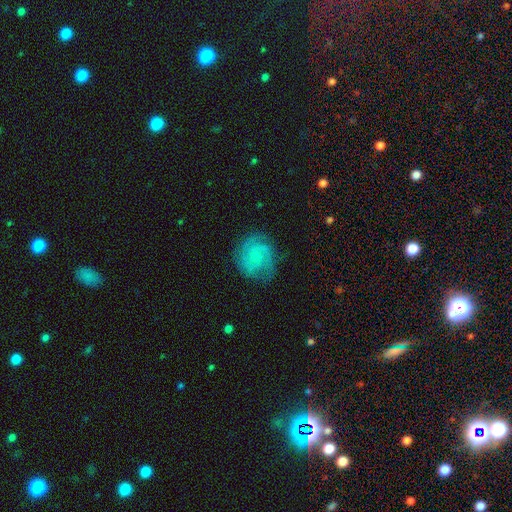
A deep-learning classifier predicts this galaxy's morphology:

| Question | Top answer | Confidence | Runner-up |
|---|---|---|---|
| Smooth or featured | featured or disk | 68% | smooth (24%) |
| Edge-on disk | no | 98% | yes (2%) |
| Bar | no | 73% | weak (24%) |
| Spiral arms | yes | 93% | no (7%) |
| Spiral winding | tight | 52% | medium (37%) |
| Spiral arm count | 2 | 31% | 3 (27%) |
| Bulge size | small | 64% | none (24%) |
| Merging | none | 73% | minor disturbance (18%) |